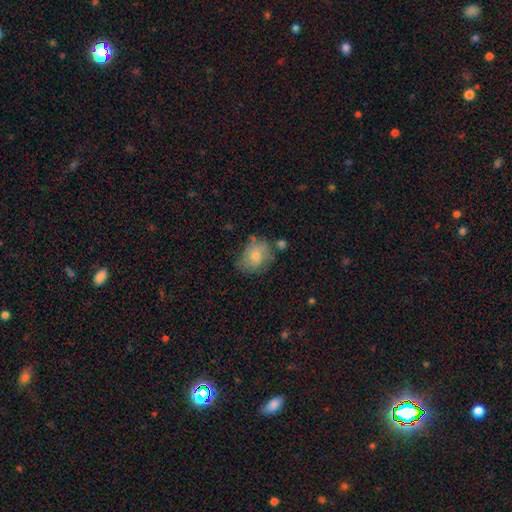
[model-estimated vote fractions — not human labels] Smooth or featured? smooth (68%)
How rounded? in between (52%)
Merging? none (59%)